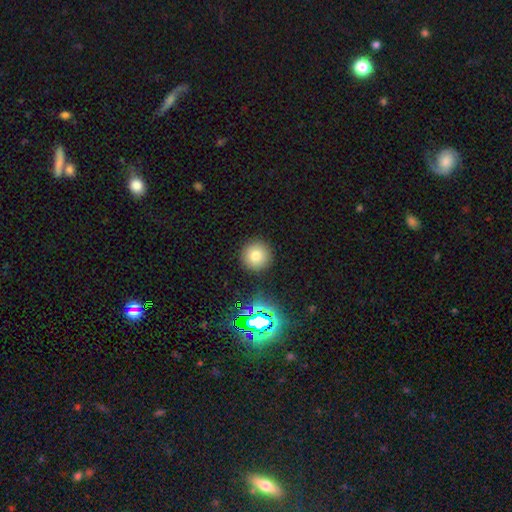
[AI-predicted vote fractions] This is likely a smooth galaxy (75%). How rounded: clearly round (95%). Merging: clearly none (90%).